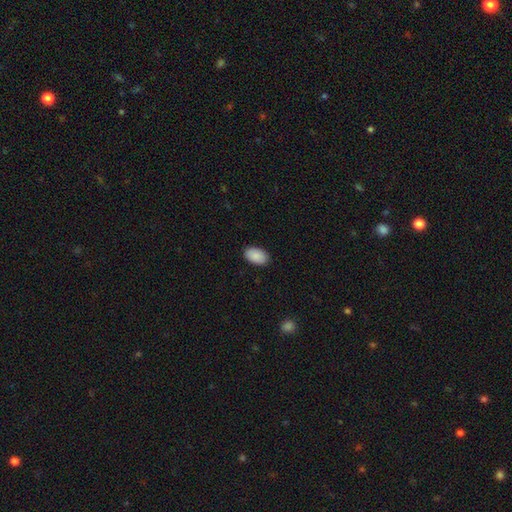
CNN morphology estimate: smooth 91%, star or artifact 6%, featured or disk 3%. Down the decision tree: how rounded — in between (94%); merging — none (90%).